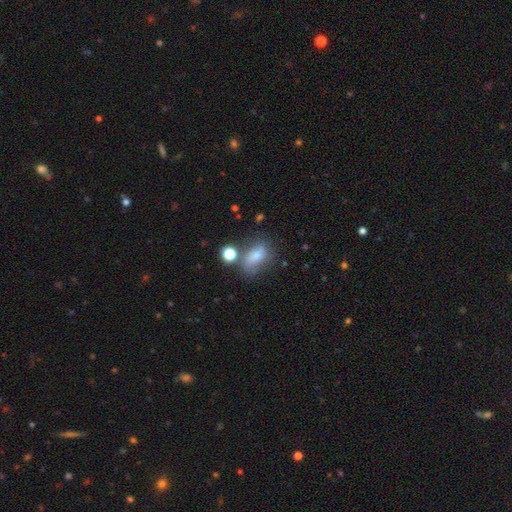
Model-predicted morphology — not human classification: Smooth or featured?
  - smooth: 61% *
  - featured or disk: 26%
  - star or artifact: 13%
How rounded?
  - in between: 75% *
  - round: 19%
  - cigar-shaped: 6%
Merging?
  - none: 51% *
  - minor disturbance: 24%
  - major disturbance: 13%
  - merger: 12%